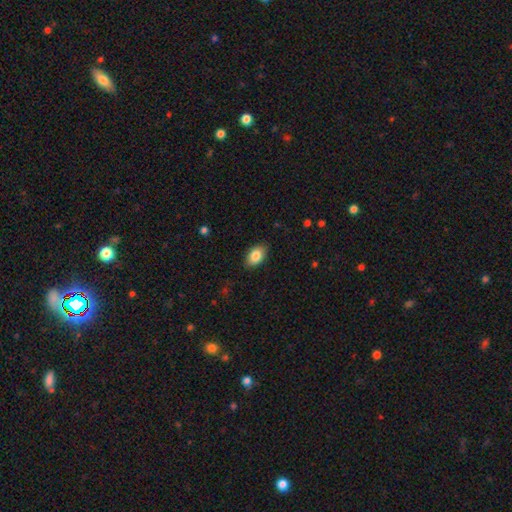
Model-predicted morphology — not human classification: A smooth galaxy with no disk features (84%) that is in between round and cigar-shaped (90%). Merging: none (87%).